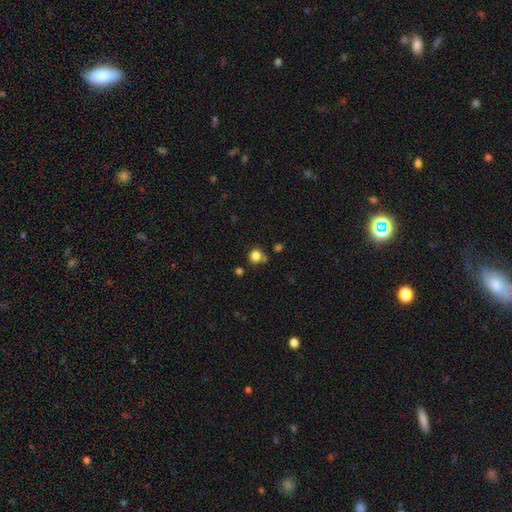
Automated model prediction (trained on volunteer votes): This is clearly a smooth galaxy (82%). How rounded: clearly round (85%). Merging: likely none (72%).